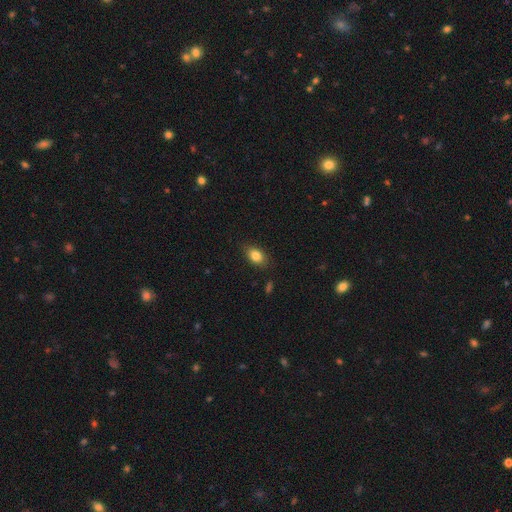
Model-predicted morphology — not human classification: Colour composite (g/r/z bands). It shows a smooth galaxy with no disk features (83%) that is in between round and cigar-shaped (80%). Merging: none (82%).